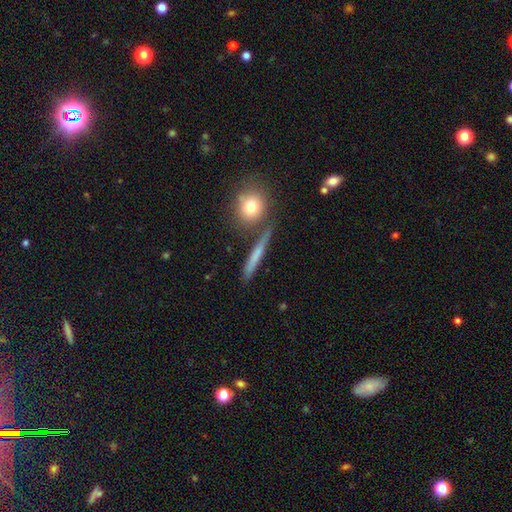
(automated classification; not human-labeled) Smooth or featured? Predicted: smooth (p=0.59). How rounded? Predicted: cigar-shaped (p=0.85). Merging? Predicted: none (p=0.80).